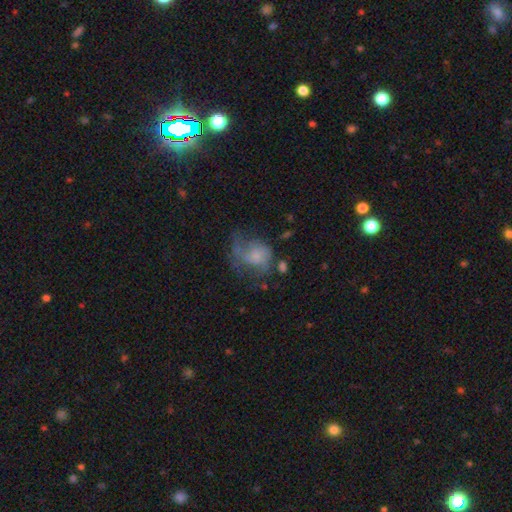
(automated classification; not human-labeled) Overall: featured or disk (50%; smooth 39%). Edge-on disk: no (98%). Merging: major disturbance (43%; none 29%).